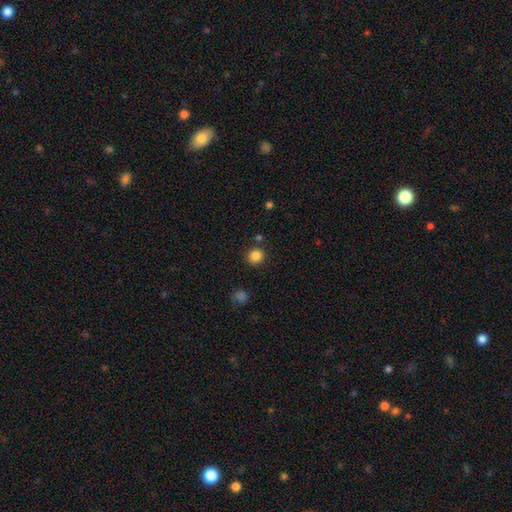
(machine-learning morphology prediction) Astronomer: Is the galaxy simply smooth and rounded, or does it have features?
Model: smooth — 85%.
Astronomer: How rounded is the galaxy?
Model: round — 85%.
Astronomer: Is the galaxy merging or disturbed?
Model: none — 85%.